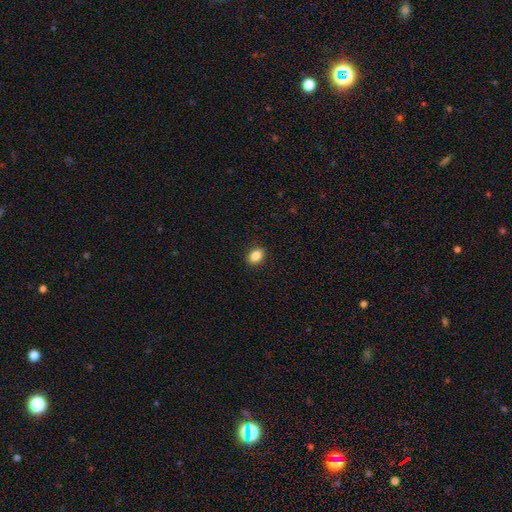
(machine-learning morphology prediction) The model was most divided on "how rounded": in between: 72%, round: 27%, cigar-shaped: 1%. More confident: merging — none (90%); smooth or featured — smooth (86%).